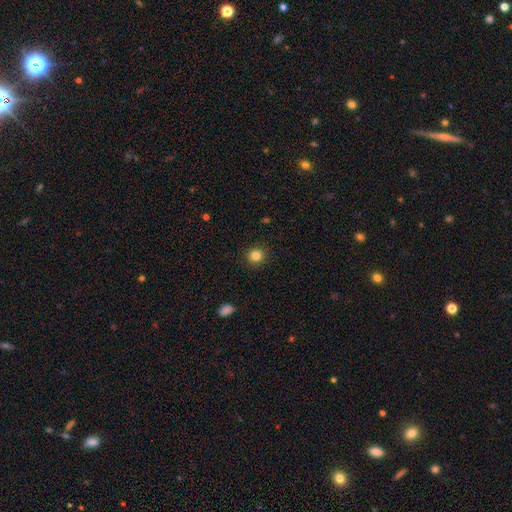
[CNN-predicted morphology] smooth 84%, star or artifact 12%, featured or disk 5%. Down the decision tree: how rounded — round (91%); merging — none (91%).